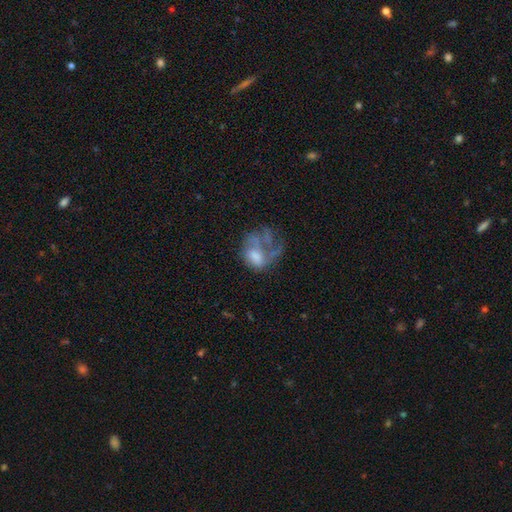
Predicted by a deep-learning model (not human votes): Smooth or featured: featured or disk — 51% (smooth — 36%)
Edge-on disk: no — 97% (yes — 3%)
Merging: major disturbance — 47% (none — 25%)